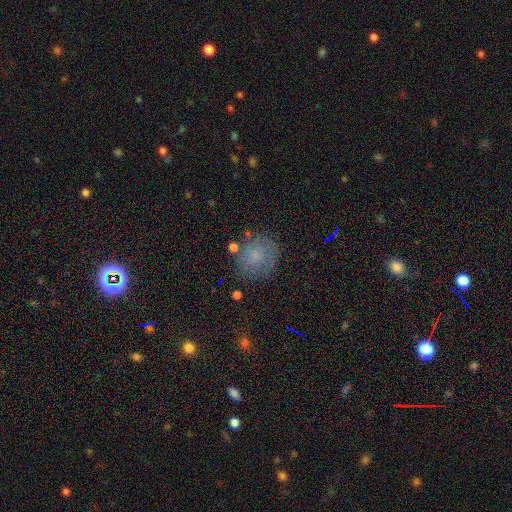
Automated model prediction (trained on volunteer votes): A smooth galaxy with no disk features (62%) that is round (81%).

Vote fractions:
- Smooth or featured? smooth: 62% / featured or disk: 24% / star or artifact: 13%
- How rounded? round: 81% / in between: 18% / cigar-shaped: 1%
- Merging? none: 73% / minor disturbance: 17% / major disturbance: 7% / merger: 3%